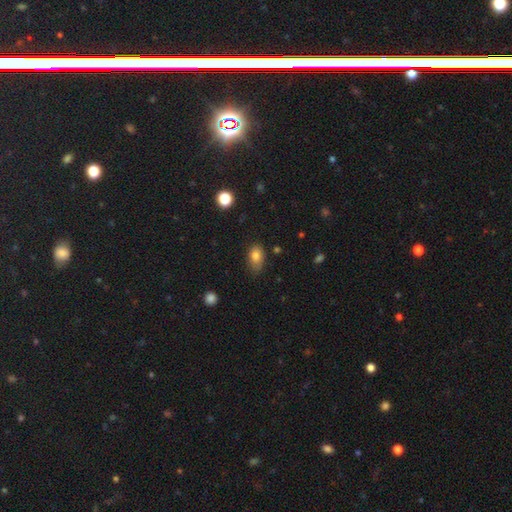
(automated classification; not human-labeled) Smooth or featured? Predicted: smooth (p=0.81). How rounded? Predicted: in between (p=0.84). Merging? Predicted: none (p=0.63).